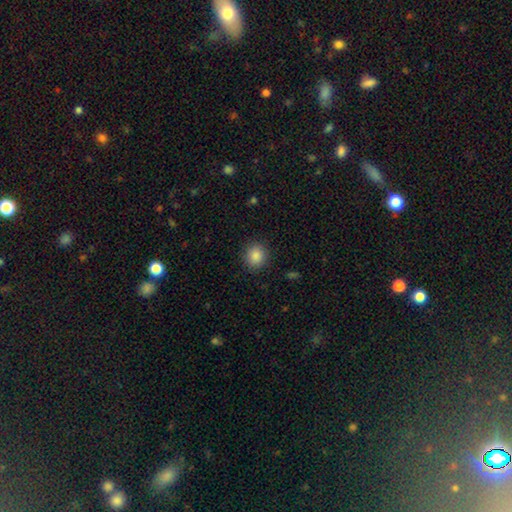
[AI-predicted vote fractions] This appears to be a smooth galaxy with no disk features (87%) that is round (79%). Merging: none (89%).